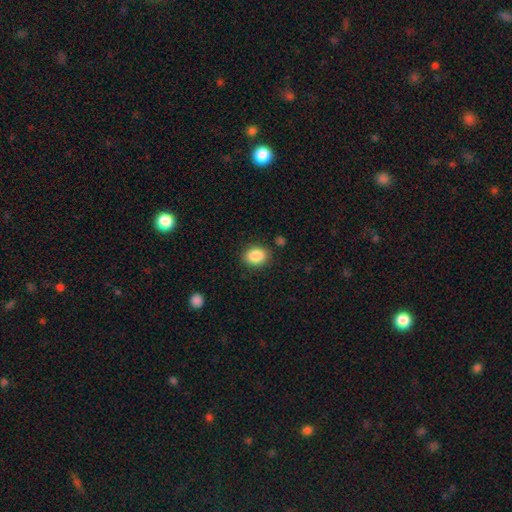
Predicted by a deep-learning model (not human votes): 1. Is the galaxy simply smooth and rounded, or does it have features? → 87% smooth, 8% star or artifact, 5% featured or disk.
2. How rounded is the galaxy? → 54% in between, 45% round, 1% cigar-shaped.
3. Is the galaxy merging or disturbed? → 86% none, 9% minor disturbance, 3% major disturbance, 2% merger.